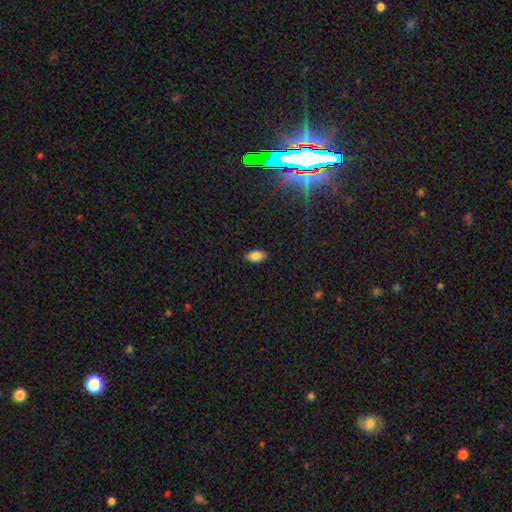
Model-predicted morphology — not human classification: smooth_or_featured: smooth (p=0.85) [alt: star or artifact p=0.09]
how_rounded: in between (p=0.92) [alt: round p=0.05]
merging: none (p=0.87) [alt: minor disturbance p=0.10]